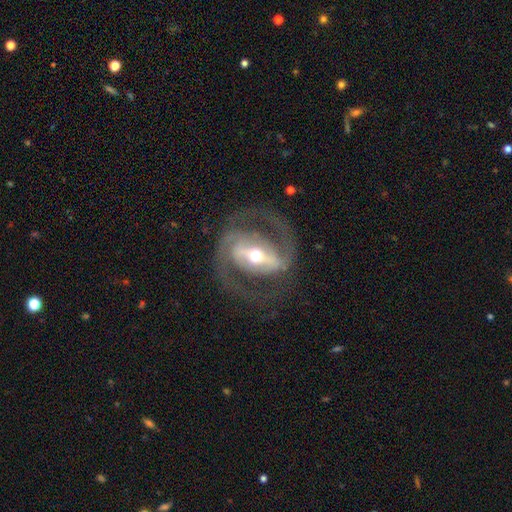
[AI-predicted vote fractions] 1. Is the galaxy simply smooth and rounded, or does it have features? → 88% featured or disk, 7% smooth, 4% star or artifact.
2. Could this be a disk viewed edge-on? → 96% no, 4% yes.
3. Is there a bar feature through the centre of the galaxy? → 64% strong, 24% weak, 12% no.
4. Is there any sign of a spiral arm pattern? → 88% yes, 12% no.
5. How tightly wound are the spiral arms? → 54% medium, 28% tight, 18% loose.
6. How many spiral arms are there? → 89% 2, 4% can't tell, 3% 1, 2% 3, 1% 4, 1% more than 4.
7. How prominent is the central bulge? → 65% moderate, 27% small, 6% large, 1% dominant, 1% none.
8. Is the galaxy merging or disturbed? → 75% none, 12% major disturbance, 12% minor disturbance, 1% merger.